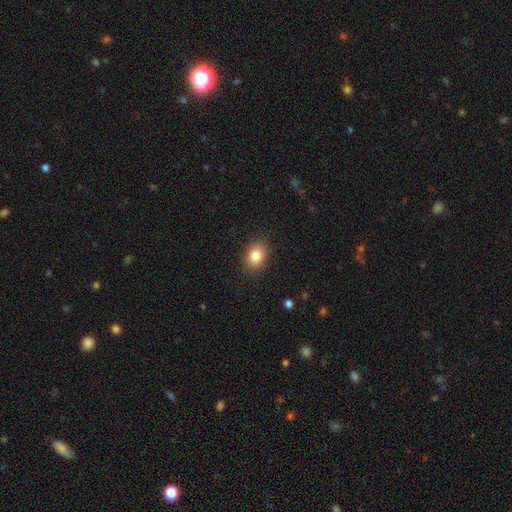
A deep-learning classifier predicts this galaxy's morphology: Smooth or featured: smooth — 84% (star or artifact — 9%)
How rounded: in between — 73% (round — 26%)
Merging: none — 88% (minor disturbance — 9%)